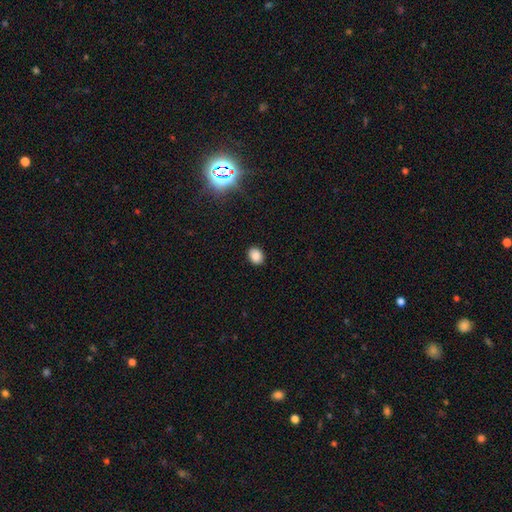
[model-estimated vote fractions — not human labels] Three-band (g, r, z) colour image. It shows a smooth galaxy with no disk features (86%) that is in between round and cigar-shaped (59%). Merging: none (89%).